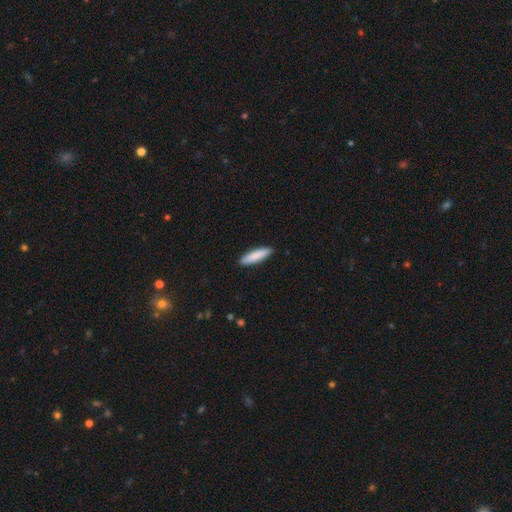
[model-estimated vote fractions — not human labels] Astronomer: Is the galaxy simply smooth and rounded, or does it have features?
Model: smooth — 86%.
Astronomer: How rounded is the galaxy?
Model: cigar-shaped — 77%.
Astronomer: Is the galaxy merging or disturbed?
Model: none — 91%.